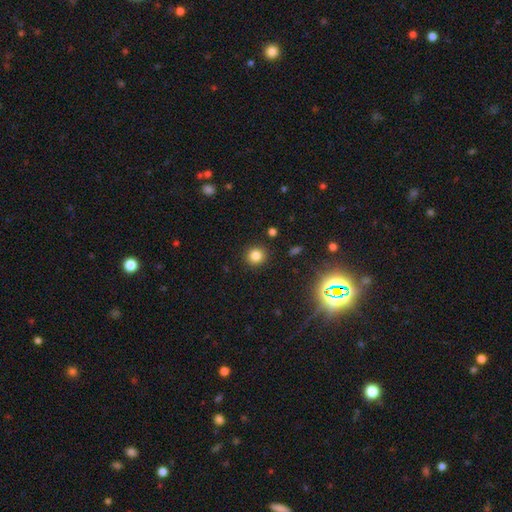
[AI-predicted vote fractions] Morphology: type=smooth (81%); roundness=round (91%); merging=none (91%).